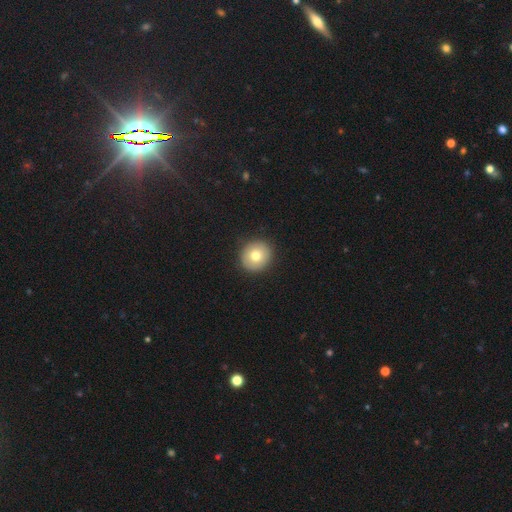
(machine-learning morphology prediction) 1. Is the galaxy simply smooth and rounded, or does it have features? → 74% smooth, 17% featured or disk, 9% star or artifact.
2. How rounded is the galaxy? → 90% round, 9% in between, 1% cigar-shaped.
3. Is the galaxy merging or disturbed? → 91% none, 6% minor disturbance, 2% major disturbance, 1% merger.